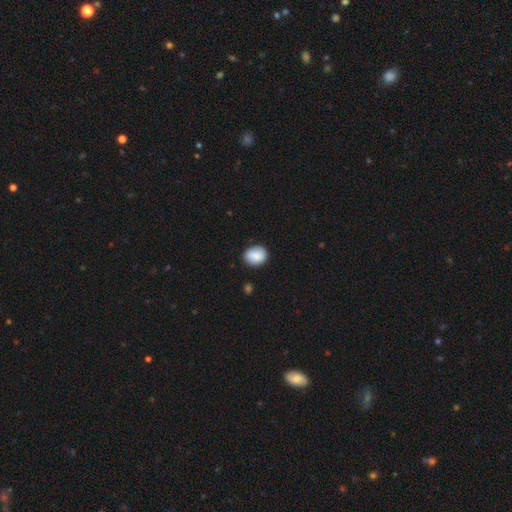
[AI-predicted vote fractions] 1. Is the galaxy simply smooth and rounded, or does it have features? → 83% smooth, 10% featured or disk, 7% star or artifact.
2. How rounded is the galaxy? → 59% round, 40% in between, 1% cigar-shaped.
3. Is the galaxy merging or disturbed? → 82% none, 14% minor disturbance, 3% major disturbance, 2% merger.